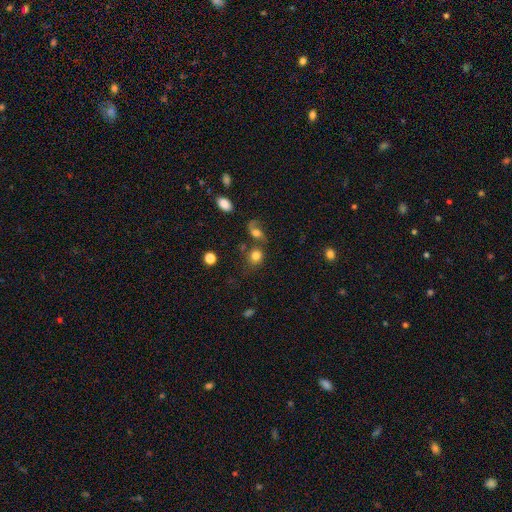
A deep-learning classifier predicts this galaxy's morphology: smooth-or-featured: smooth: 76% | featured or disk: 13% | star or artifact: 11%
  how-rounded: round: 76% | in between: 22% | cigar-shaped: 1%
  merging: none: 52% | merger: 25% | minor disturbance: 13% | major disturbance: 10%